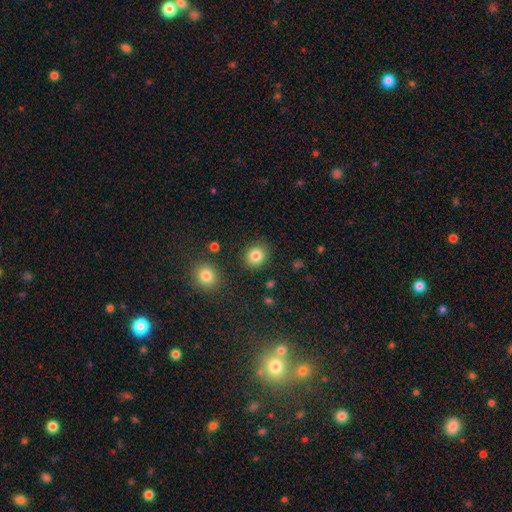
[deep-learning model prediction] This is clearly a smooth galaxy (84%). How rounded: clearly round (80%). Merging: clearly none (87%).